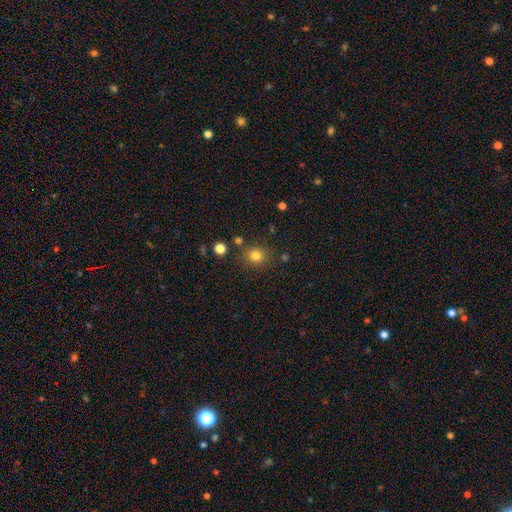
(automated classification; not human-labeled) Q: Smooth or featured?
A: smooth (80%); runner-up: star or artifact (14%)
Q: How rounded?
A: round (82%); runner-up: in between (17%)
Q: Merging?
A: none (82%); runner-up: minor disturbance (10%)